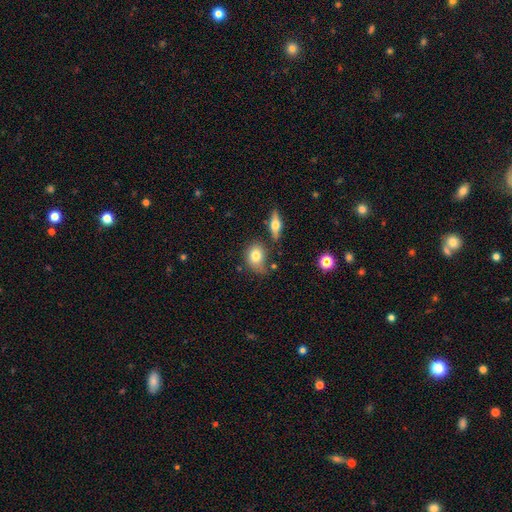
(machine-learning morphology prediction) Overall: smooth (77%). How rounded: in between (64%; round 34%). Merging: none (57%; minor disturbance 25%).